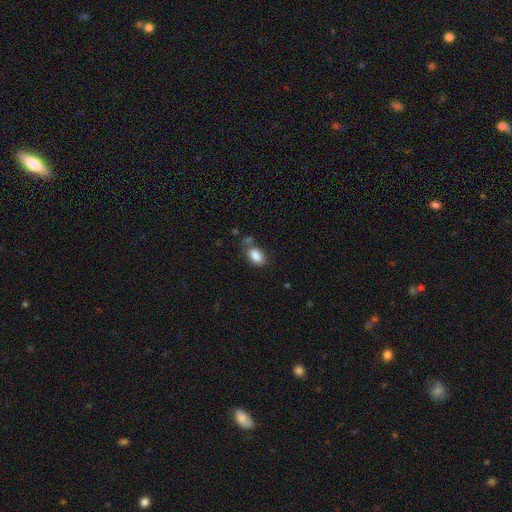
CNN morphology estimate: Smooth or featured? Predicted: smooth (p=0.87). How rounded? Predicted: in between (p=0.90). Merging? Predicted: none (p=0.62).